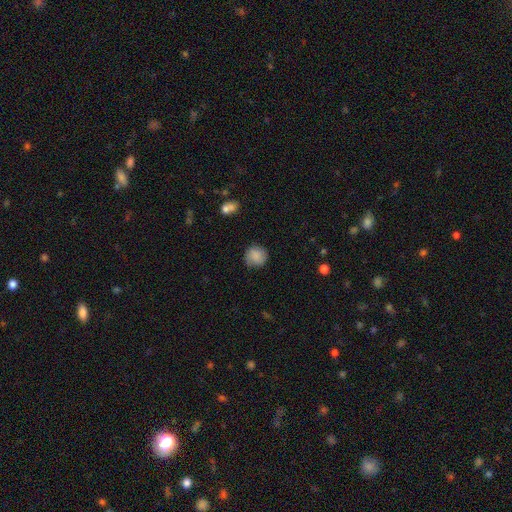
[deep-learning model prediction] Overall: smooth (85%). How rounded: round (90%). Merging: none (84%).